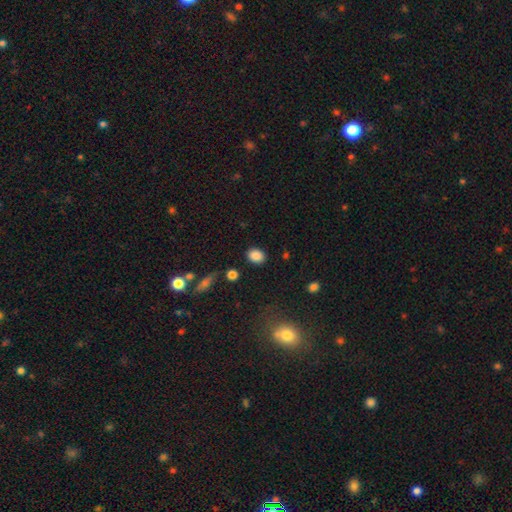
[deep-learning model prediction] Smooth or featured: smooth — 86% (star or artifact — 9%)
How rounded: in between — 65% (round — 34%)
Merging: none — 85% (minor disturbance — 9%)